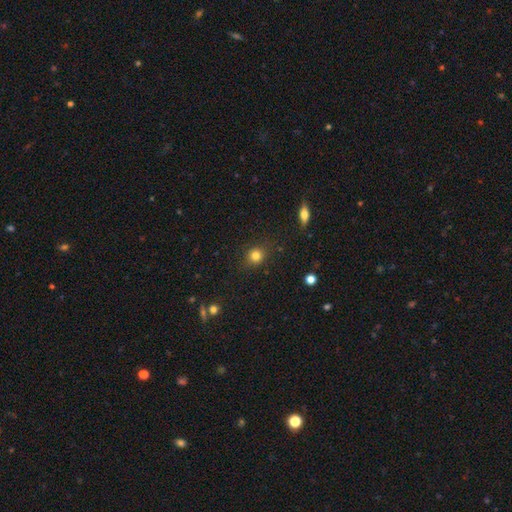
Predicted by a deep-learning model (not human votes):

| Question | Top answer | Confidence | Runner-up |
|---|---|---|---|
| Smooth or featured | smooth | 82% | star or artifact (12%) |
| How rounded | round | 83% | in between (16%) |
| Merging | none | 86% | minor disturbance (10%) |